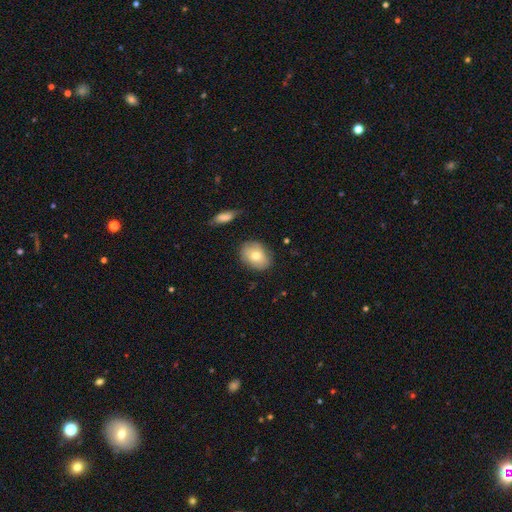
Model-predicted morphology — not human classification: A smooth galaxy with no disk features (71%) that is in between round and cigar-shaped (68%).

Vote fractions:
- Smooth or featured? smooth: 71% / featured or disk: 21% / star or artifact: 8%
- How rounded? in between: 68% / round: 31% / cigar-shaped: 1%
- Merging? none: 78% / minor disturbance: 16% / major disturbance: 4% / merger: 2%